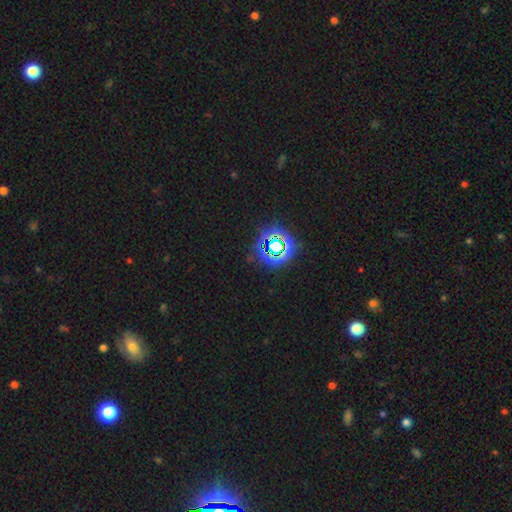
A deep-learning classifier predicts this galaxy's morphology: smooth-or-featured: star or artifact: 69% | smooth: 23% | featured or disk: 7%